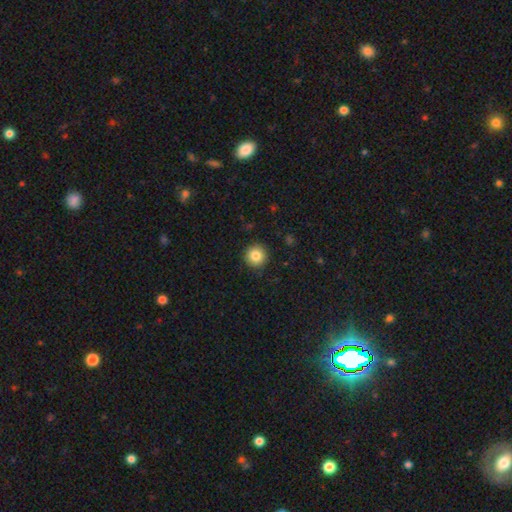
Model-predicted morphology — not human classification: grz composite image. It shows a smooth galaxy with no disk features (84%) that is round (95%). Merging: none (92%).